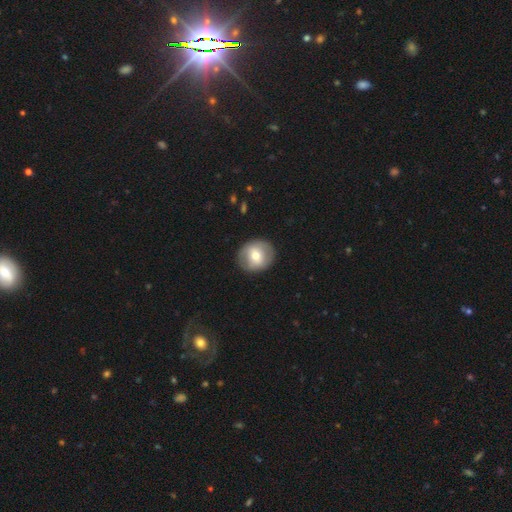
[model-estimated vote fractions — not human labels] Morphology: type=smooth (59%); roundness=round (81%); merging=none (88%).